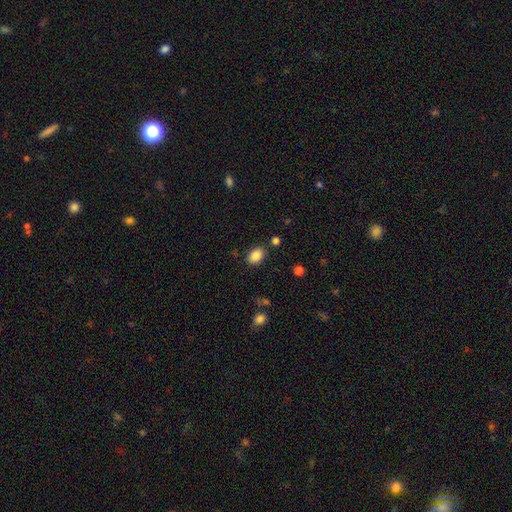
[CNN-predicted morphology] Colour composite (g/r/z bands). It shows a smooth galaxy with no disk features (86%) that is in between round and cigar-shaped (79%). Merging: none (83%).